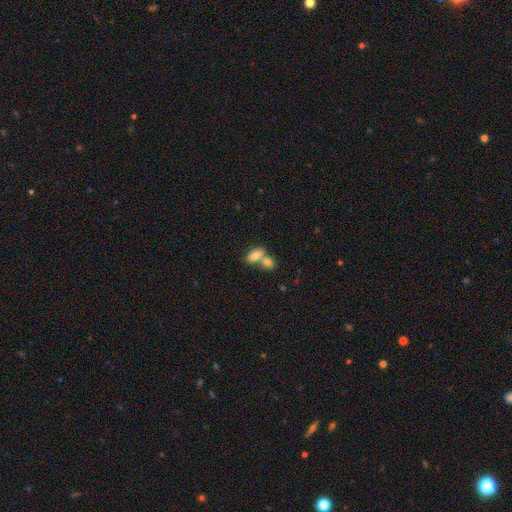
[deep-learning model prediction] smooth-or-featured: smooth: 80% | featured or disk: 12% | star or artifact: 8%
  how-rounded: in between: 88% | round: 9% | cigar-shaped: 3%
  merging: merger: 59% | none: 31% | minor disturbance: 8% | major disturbance: 3%